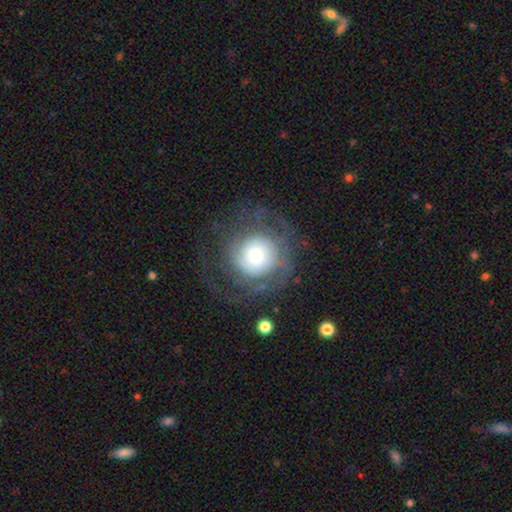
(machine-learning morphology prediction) smooth-or-featured: featured or disk: 65% | smooth: 27% | star or artifact: 8%
  disk-edge-on: no: 97% | yes: 3%
    bar: no: 81% | weak: 15% | strong: 4%
    has-spiral-arms: yes: 83% | no: 17%
      spiral-winding: tight: 52% | medium: 32% | loose: 15%
      spiral-arm-count: can't tell: 40% | 2: 27% | 3: 13% | 1: 8% | 4: 7% | more than 4: 6%
    bulge-size: moderate: 38% | large: 32% | small: 20% | dominant: 8% | none: 1%
  merging: none: 67% | major disturbance: 17% | minor disturbance: 15% | merger: 1%